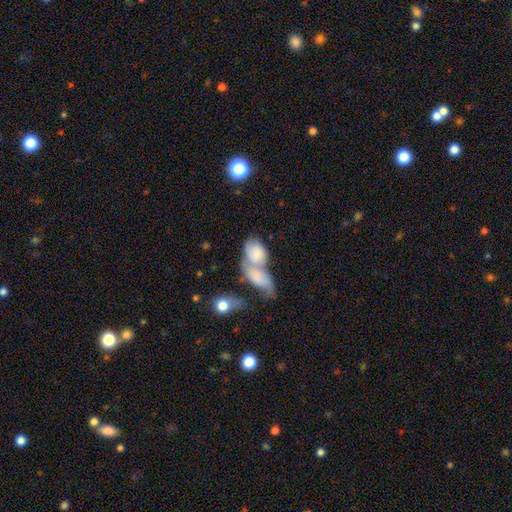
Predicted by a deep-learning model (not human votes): This is likely a smooth galaxy (69%). How rounded: clearly in between (85%). Merging: likely merger (72%).